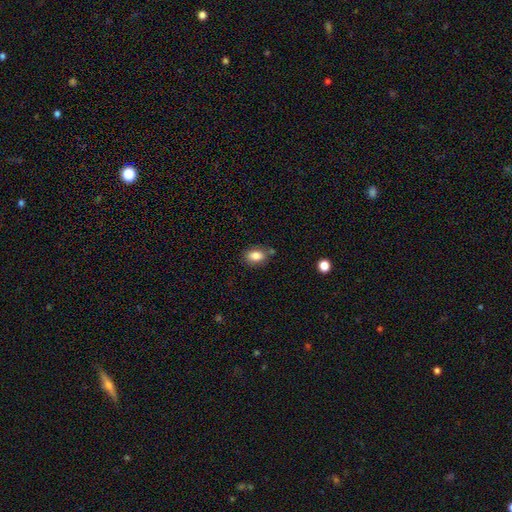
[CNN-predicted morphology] smooth-or-featured: smooth: 84% | star or artifact: 9% | featured or disk: 7%
  how-rounded: in between: 80% | round: 18% | cigar-shaped: 2%
  merging: none: 72% | minor disturbance: 17% | merger: 8% | major disturbance: 4%